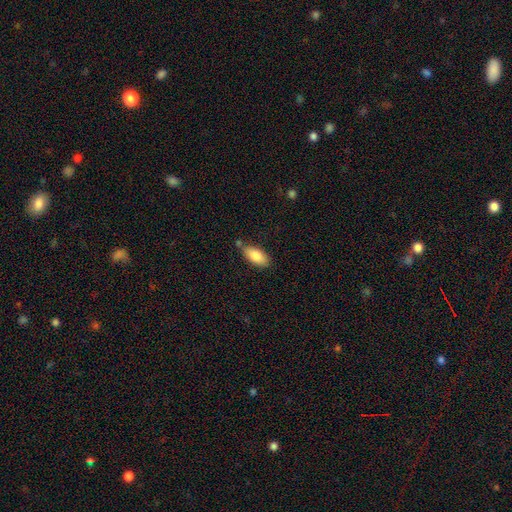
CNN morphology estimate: This is clearly a smooth galaxy (85%). How rounded: clearly in between (90%). Merging: likely none (66%).